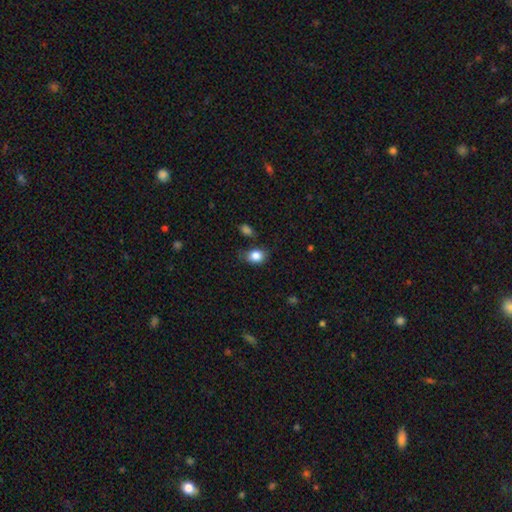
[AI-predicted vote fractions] Morphology: type=smooth (85%); roundness=in between (59%); merging=none (66%).